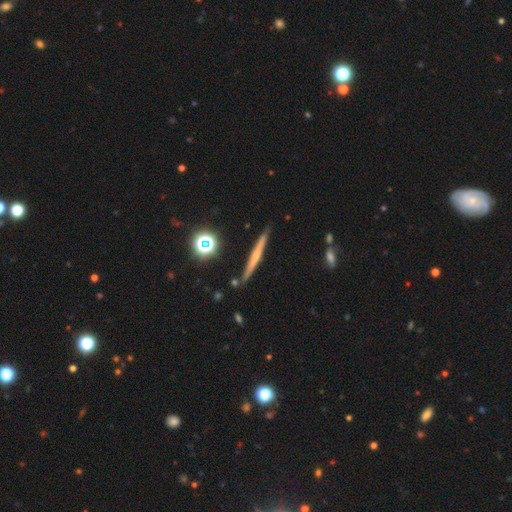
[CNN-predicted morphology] A featured or disk galaxy (53%) viewed edge-on (96%) with no central bulge (58%).

Vote fractions:
- Smooth or featured? featured or disk: 53% / smooth: 37% / star or artifact: 11%
- Edge-on disk? yes: 96% / no: 4%
- Edge-on bulge? none: 58% / rounded: 34% / boxy: 8%
- Merging? none: 87% / minor disturbance: 9% / merger: 2% / major disturbance: 2%